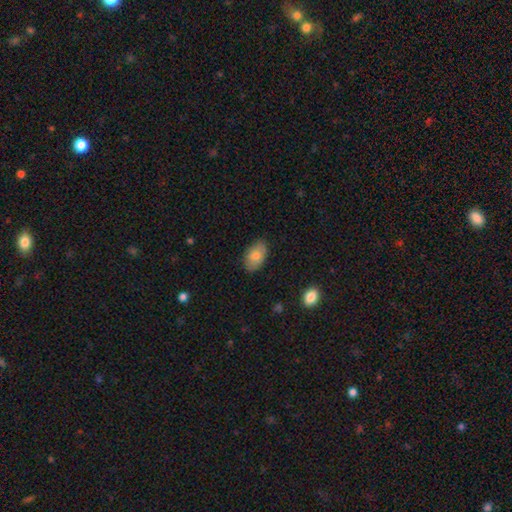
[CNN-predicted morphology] This appears to be a smooth galaxy with no disk features (78%) that is in between round and cigar-shaped (92%). Merging: none (83%).